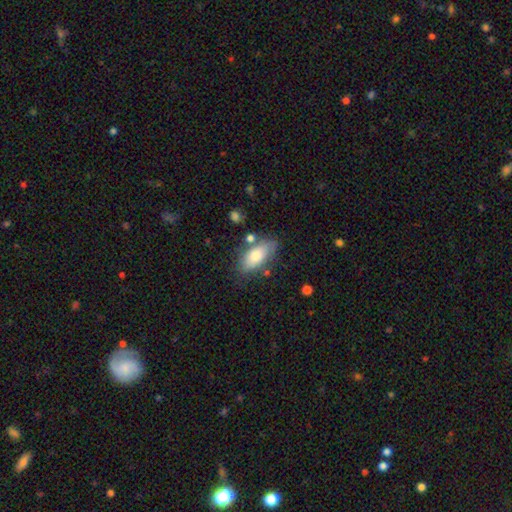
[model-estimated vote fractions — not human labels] Smooth or featured? Predicted: smooth (p=0.75). How rounded? Predicted: in between (p=0.87). Merging? Predicted: none (p=0.70).